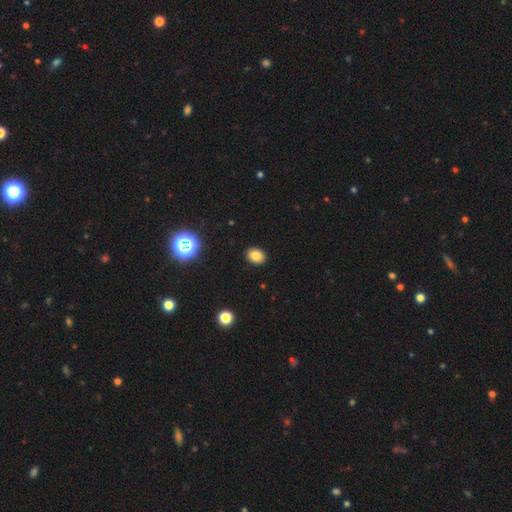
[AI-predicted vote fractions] This is clearly a smooth galaxy (81%). How rounded: possibly in between (52%). Merging: clearly none (91%).